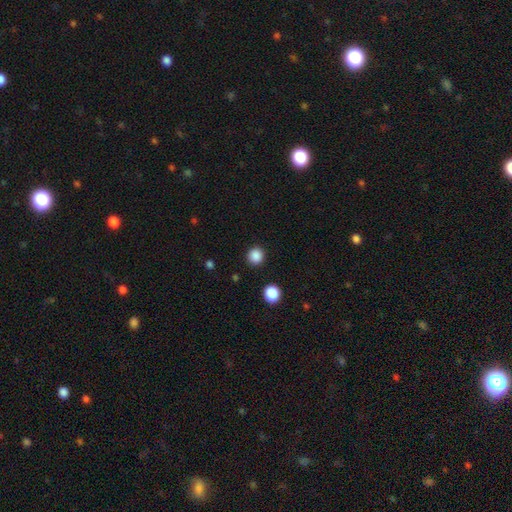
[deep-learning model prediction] A smooth galaxy with no disk features (86%) that is round (92%).

Vote fractions:
- Smooth or featured? smooth: 86% / star or artifact: 11% / featured or disk: 3%
- How rounded? round: 92% / in between: 7% / cigar-shaped: 1%
- Merging? none: 90% / minor disturbance: 6% / major disturbance: 2% / merger: 2%